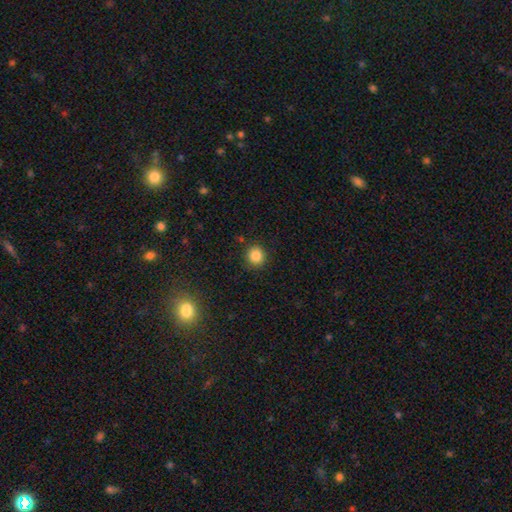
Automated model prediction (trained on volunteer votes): Smooth or featured?
  - smooth: 85% *
  - star or artifact: 11%
  - featured or disk: 4%
How rounded?
  - round: 89% *
  - in between: 10%
  - cigar-shaped: 1%
Merging?
  - none: 88% *
  - minor disturbance: 7%
  - major disturbance: 2%
  - merger: 2%